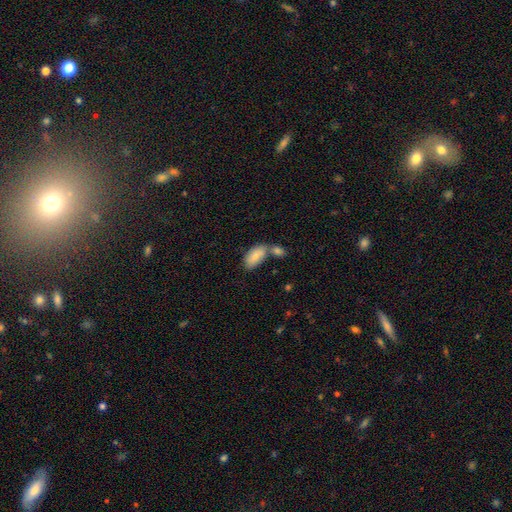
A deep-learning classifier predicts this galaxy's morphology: A smooth galaxy with no disk features (82%) that is in between round and cigar-shaped (94%).

Vote fractions:
- Smooth or featured? smooth: 82% / featured or disk: 12% / star or artifact: 7%
- How rounded? in between: 94% / cigar-shaped: 3% / round: 3%
- Merging? merger: 45% / none: 36% / minor disturbance: 14% / major disturbance: 5%